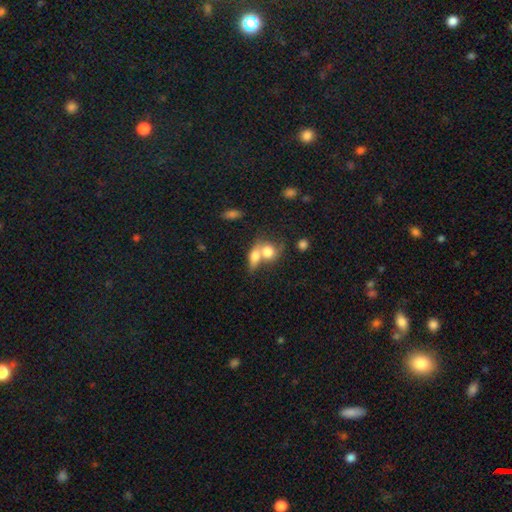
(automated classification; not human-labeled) Smooth or featured?
  - smooth: 72% *
  - featured or disk: 19%
  - star or artifact: 8%
How rounded?
  - in between: 53% *
  - round: 39%
  - cigar-shaped: 7%
Merging?
  - merger: 68% *
  - none: 19%
  - minor disturbance: 7%
  - major disturbance: 5%